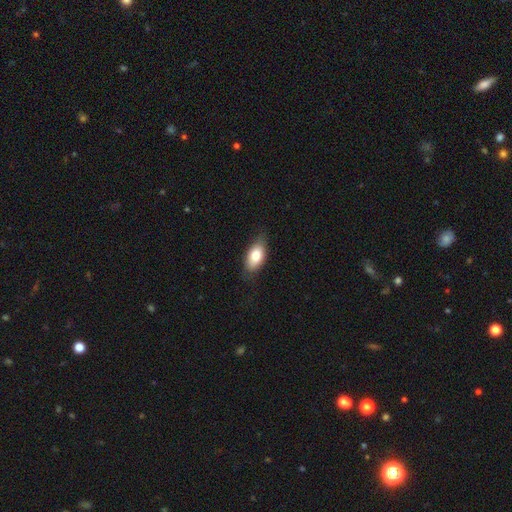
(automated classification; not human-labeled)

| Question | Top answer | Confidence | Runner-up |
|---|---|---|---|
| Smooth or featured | smooth | 82% | featured or disk (12%) |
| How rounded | in between | 90% | cigar-shaped (5%) |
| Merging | none | 76% | minor disturbance (19%) |